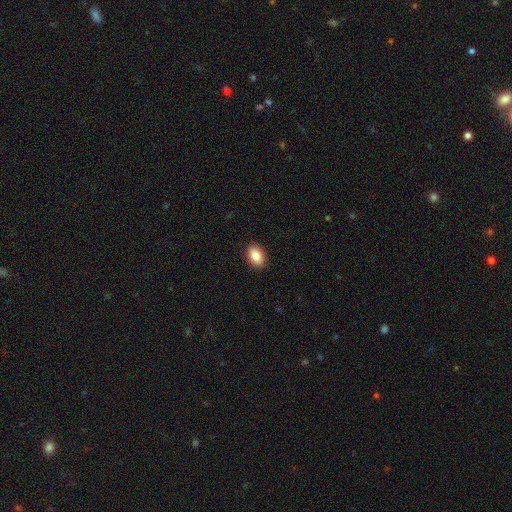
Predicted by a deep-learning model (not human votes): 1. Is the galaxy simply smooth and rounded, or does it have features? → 86% smooth, 8% star or artifact, 6% featured or disk.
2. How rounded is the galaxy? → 86% in between, 13% round, 1% cigar-shaped.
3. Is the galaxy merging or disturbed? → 90% none, 7% minor disturbance, 2% major disturbance, 1% merger.